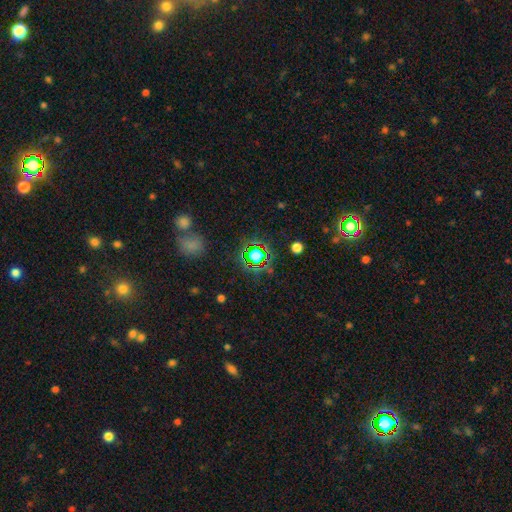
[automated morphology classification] Overall: star or artifact (64%; smooth 25%).